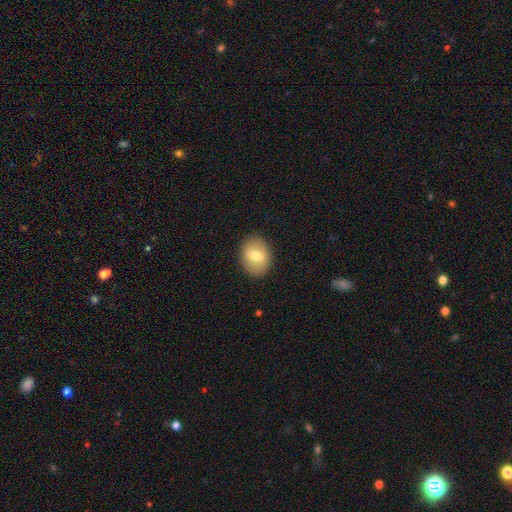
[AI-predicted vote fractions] This is likely a smooth galaxy (66%). How rounded: possibly round (50%). Merging: clearly none (88%).